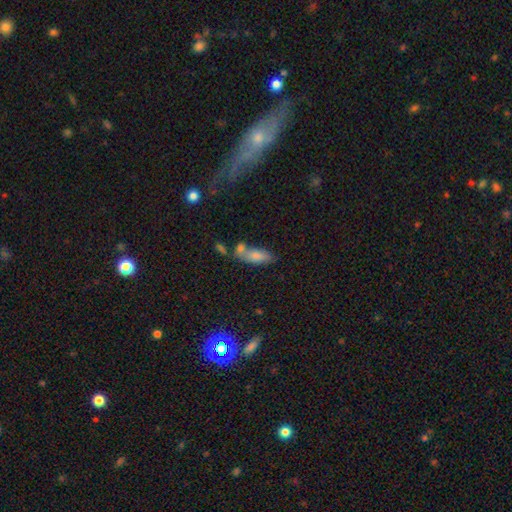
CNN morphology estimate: Overall: smooth (77%). How rounded: in between (76%). Merging: none (41%; merger 35%).